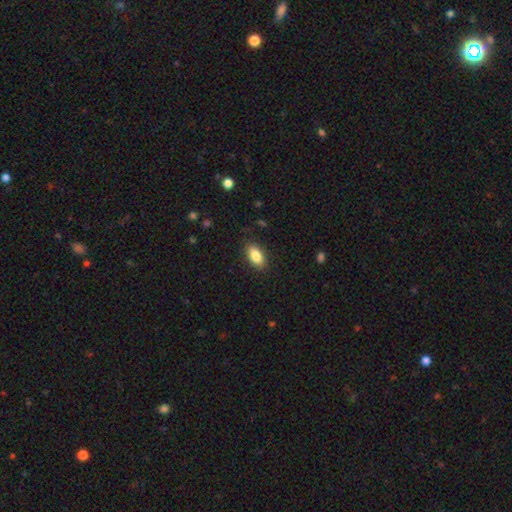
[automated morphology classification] smooth_or_featured: smooth (p=0.85) [alt: featured or disk p=0.08]
how_rounded: in between (p=0.90) [alt: cigar-shaped p=0.06]
merging: none (p=0.88) [alt: minor disturbance p=0.09]